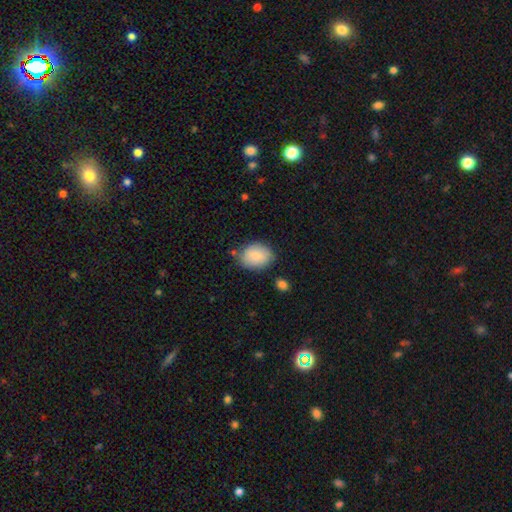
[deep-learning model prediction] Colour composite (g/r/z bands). It shows a smooth galaxy with no disk features (85%) that is in between round and cigar-shaped (64%). Merging: none (73%).